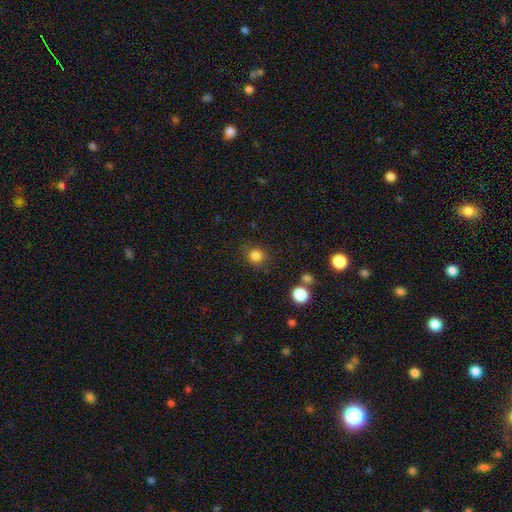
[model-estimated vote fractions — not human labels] Smooth or featured?
  - smooth: 83% *
  - star or artifact: 12%
  - featured or disk: 5%
How rounded?
  - round: 87% *
  - in between: 12%
  - cigar-shaped: 1%
Merging?
  - none: 83% *
  - minor disturbance: 11%
  - major disturbance: 4%
  - merger: 3%